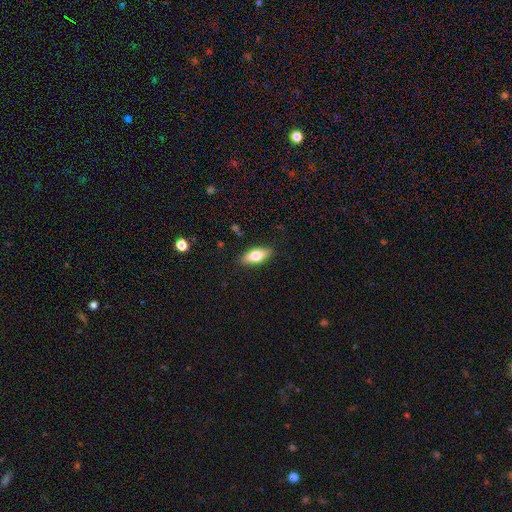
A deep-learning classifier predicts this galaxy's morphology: Smooth or featured?
  - smooth: 65% *
  - featured or disk: 28%
  - star or artifact: 7%
How rounded?
  - in between: 76% *
  - cigar-shaped: 21%
  - round: 4%
Merging?
  - none: 87% *
  - minor disturbance: 10%
  - major disturbance: 2%
  - merger: 1%